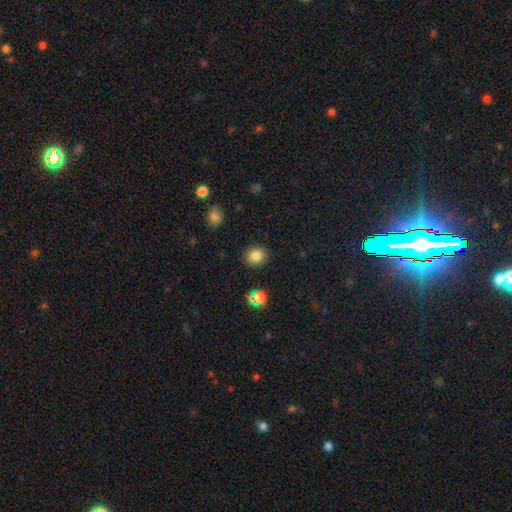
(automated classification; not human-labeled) A smooth galaxy with no disk features (83%) that is round (75%).

Vote fractions:
- Smooth or featured? smooth: 83% / star or artifact: 11% / featured or disk: 5%
- How rounded? round: 75% / in between: 24% / cigar-shaped: 1%
- Merging? none: 89% / minor disturbance: 7% / major disturbance: 2% / merger: 1%